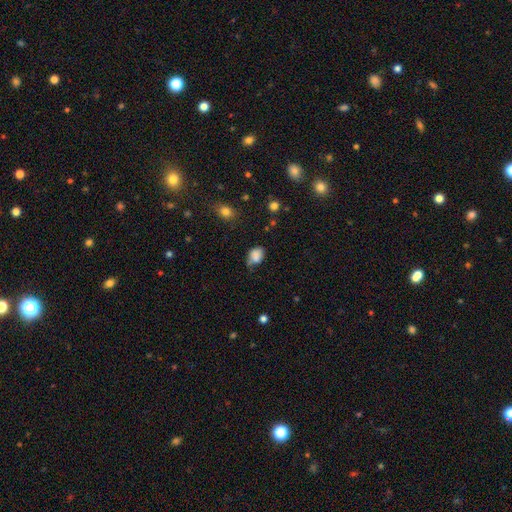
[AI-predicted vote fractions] Q: Smooth or featured?
A: smooth (82%); runner-up: star or artifact (10%)
Q: How rounded?
A: in between (70%); runner-up: round (29%)
Q: Merging?
A: none (48%); runner-up: minor disturbance (35%)